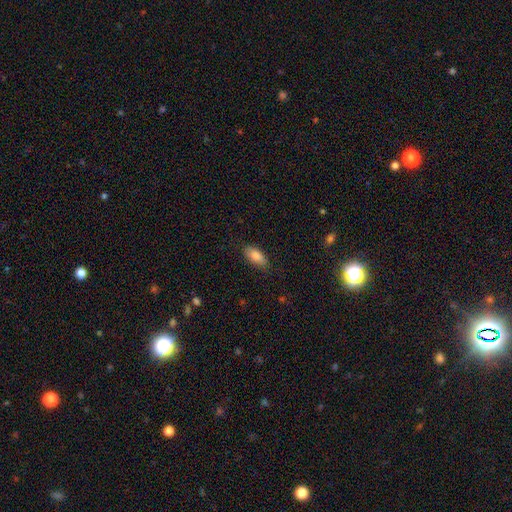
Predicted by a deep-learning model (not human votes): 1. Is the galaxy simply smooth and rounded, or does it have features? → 84% smooth, 9% featured or disk, 7% star or artifact.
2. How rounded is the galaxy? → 87% in between, 10% cigar-shaped, 3% round.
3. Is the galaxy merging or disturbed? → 84% none, 12% minor disturbance, 3% major disturbance, 1% merger.